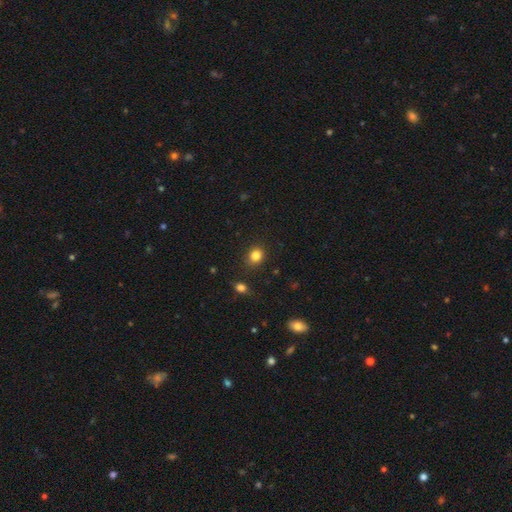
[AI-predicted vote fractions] The model was most divided on "how rounded": round: 71%, in between: 28%, cigar-shaped: 1%. More confident: merging — none (87%); smooth or featured — smooth (84%).